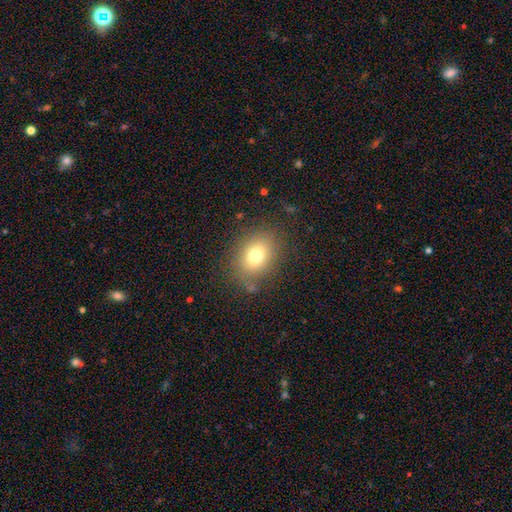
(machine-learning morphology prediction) Smooth or featured: smooth — 75% (star or artifact — 13%)
How rounded: in between — 53% (round — 46%)
Merging: none — 81% (minor disturbance — 12%)